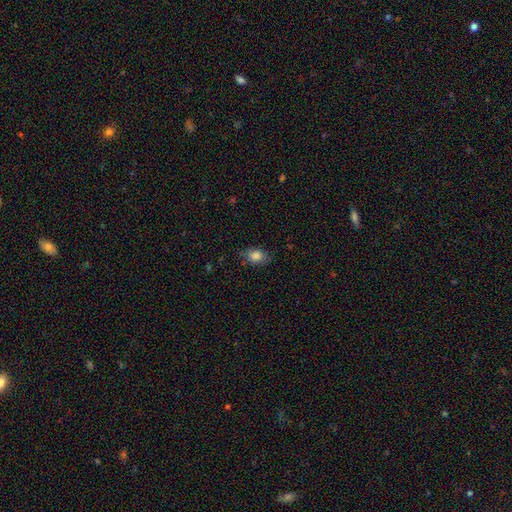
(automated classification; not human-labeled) Overall: smooth (84%). How rounded: in between (69%). Merging: none (76%).